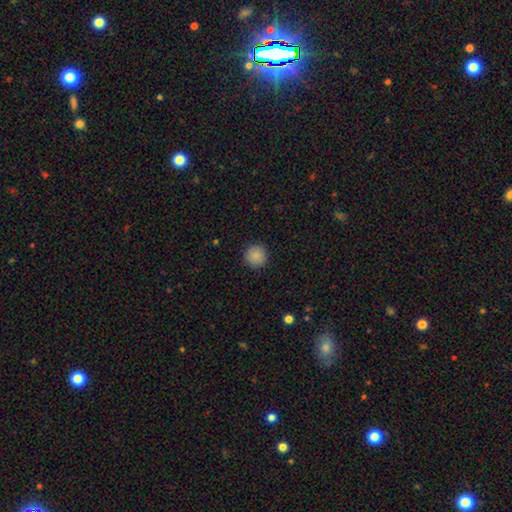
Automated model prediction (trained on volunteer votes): This appears to be a smooth galaxy with no disk features (88%) that is round (95%). Merging: none (92%).